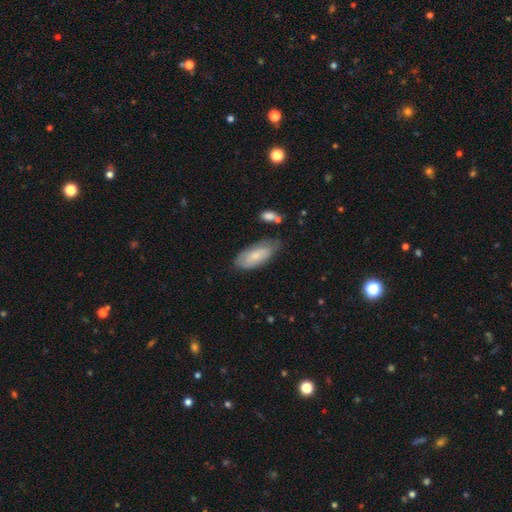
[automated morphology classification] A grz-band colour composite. It shows a smooth galaxy with no disk features (74%) that is in between round and cigar-shaped (84%). Merging: none (64%).